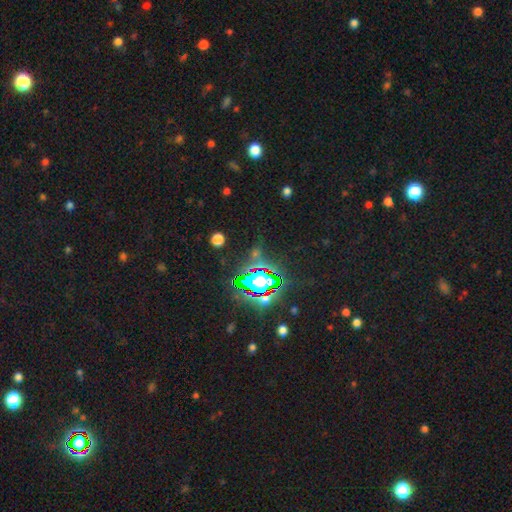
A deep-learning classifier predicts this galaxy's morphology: This appears to be a star or artifact, not a galaxy (78%).